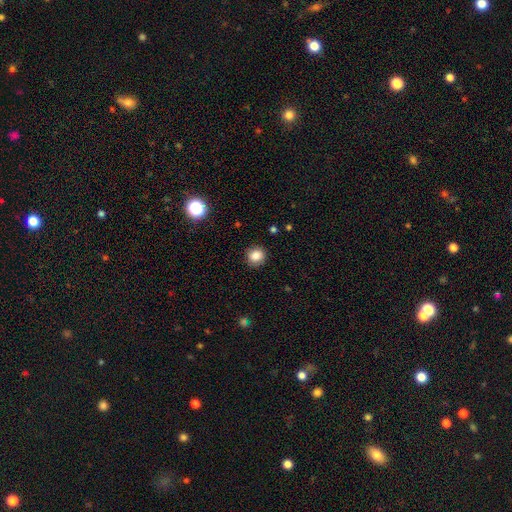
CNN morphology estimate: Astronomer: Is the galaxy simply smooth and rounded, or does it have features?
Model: smooth — 84%.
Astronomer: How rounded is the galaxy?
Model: round — 87%.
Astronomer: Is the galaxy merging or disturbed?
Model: none — 89%.